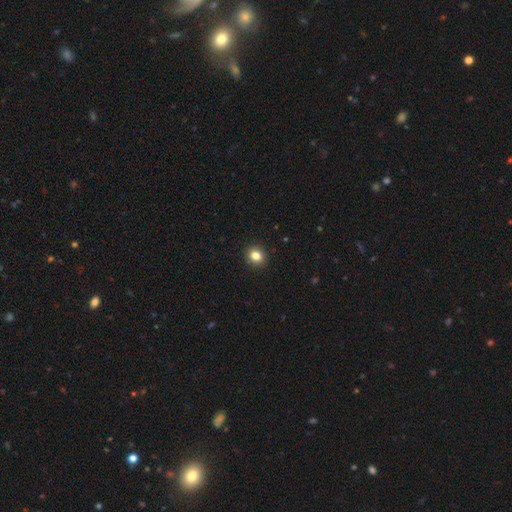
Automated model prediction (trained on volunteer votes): This appears to be a smooth galaxy with no disk features (82%) that is round (81%). Merging: none (93%).